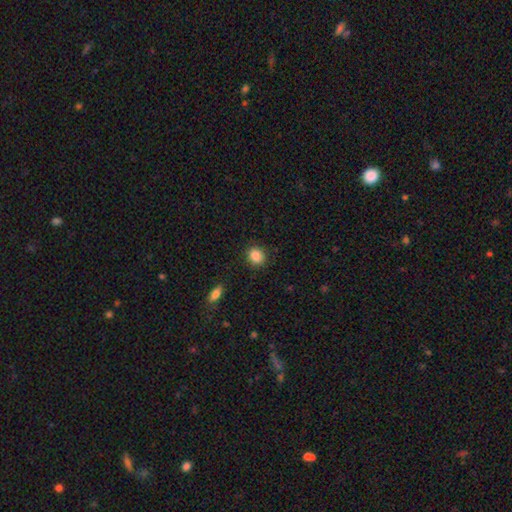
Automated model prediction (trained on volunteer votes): smooth_or_featured: smooth (p=0.87) [alt: star or artifact p=0.09]
how_rounded: round (p=0.69) [alt: in between p=0.30]
merging: none (p=0.88) [alt: minor disturbance p=0.08]